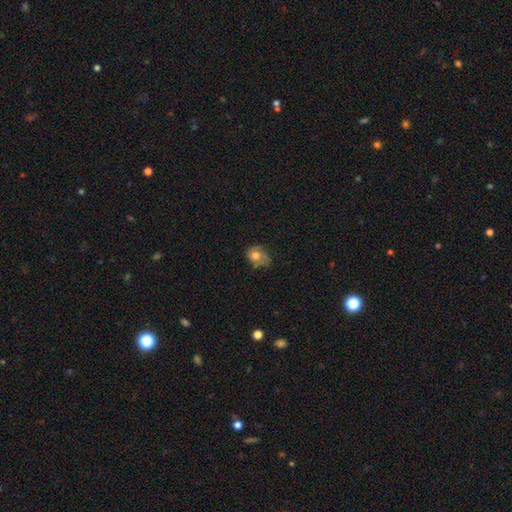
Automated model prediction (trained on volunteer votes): Overall: smooth (67%). How rounded: in between (55%; round 44%). Merging: none (41%; minor disturbance 36%).